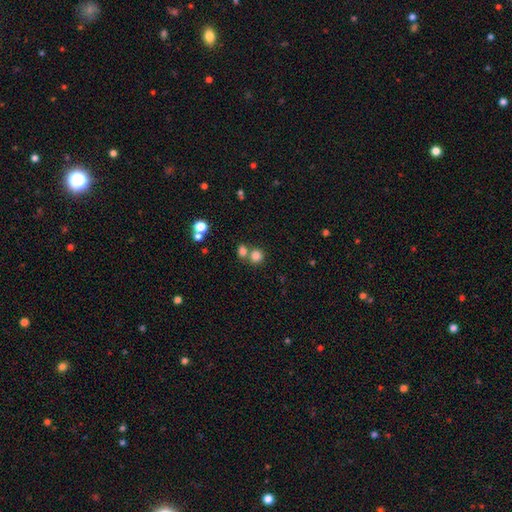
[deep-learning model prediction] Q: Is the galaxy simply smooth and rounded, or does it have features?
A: smooth — 80%.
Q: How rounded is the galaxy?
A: round — 84%.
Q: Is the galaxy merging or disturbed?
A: none — 55%.